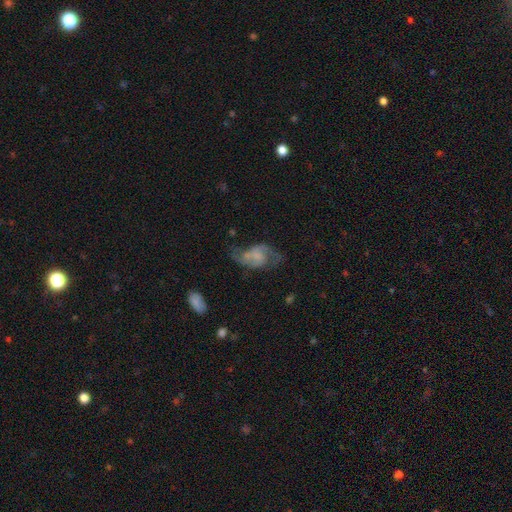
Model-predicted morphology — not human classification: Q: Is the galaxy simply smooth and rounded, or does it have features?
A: featured or disk — 67%.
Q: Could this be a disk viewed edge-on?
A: no — 97%.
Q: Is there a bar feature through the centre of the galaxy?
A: no — 55%.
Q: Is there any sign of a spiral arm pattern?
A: yes — 85%.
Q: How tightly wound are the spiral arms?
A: loose — 55%.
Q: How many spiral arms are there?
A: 2 — 87%.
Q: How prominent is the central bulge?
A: none — 41%.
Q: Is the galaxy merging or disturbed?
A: none — 45%.